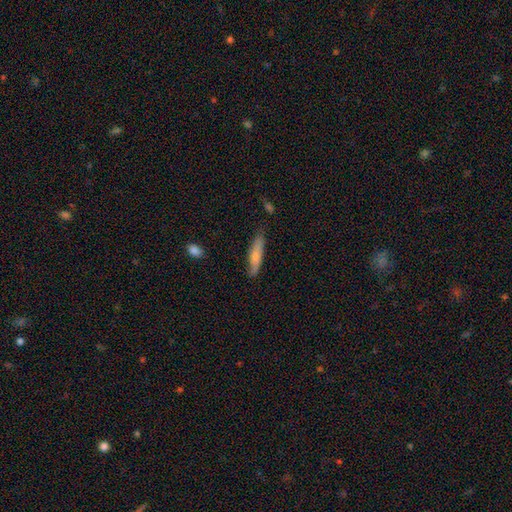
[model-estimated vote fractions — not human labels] Morphology: type=smooth (71%); roundness=cigar-shaped (81%); merging=none (71%).